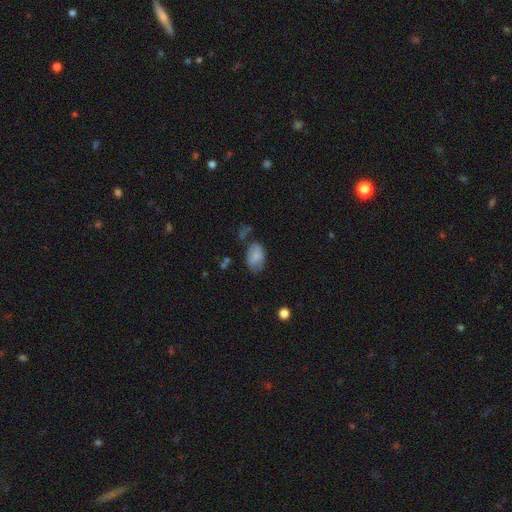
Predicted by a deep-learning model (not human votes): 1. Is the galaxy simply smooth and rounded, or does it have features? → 75% smooth, 17% featured or disk, 8% star or artifact.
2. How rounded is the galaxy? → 90% in between, 9% round, 1% cigar-shaped.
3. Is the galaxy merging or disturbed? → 59% none, 25% minor disturbance, 9% major disturbance, 6% merger.